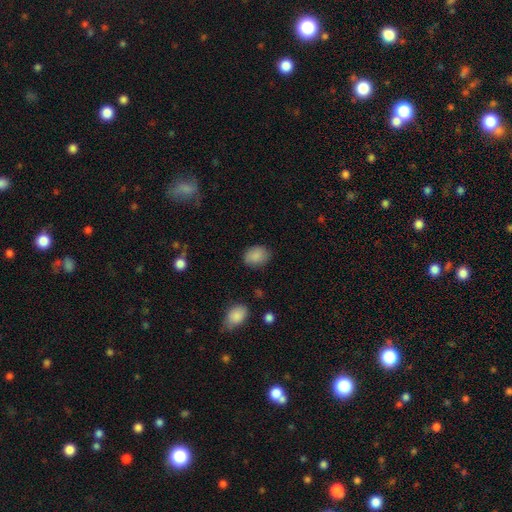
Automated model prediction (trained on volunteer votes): This is clearly a smooth galaxy (87%). How rounded: likely in between (61%). Merging: clearly none (81%).